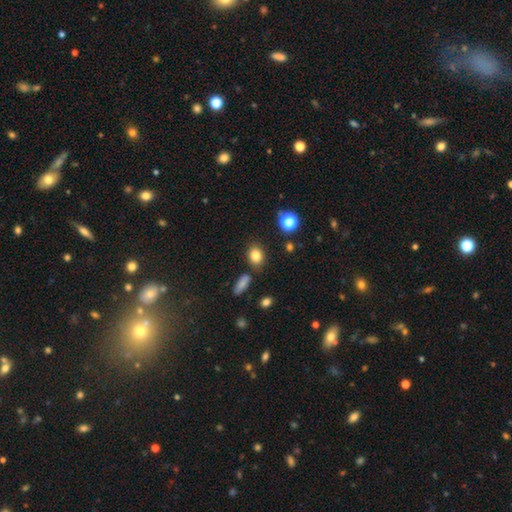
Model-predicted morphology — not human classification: Smooth or featured?
  - smooth: 82% *
  - star or artifact: 11%
  - featured or disk: 6%
How rounded?
  - in between: 55% *
  - round: 43%
  - cigar-shaped: 2%
Merging?
  - none: 80% *
  - minor disturbance: 11%
  - merger: 6%
  - major disturbance: 3%